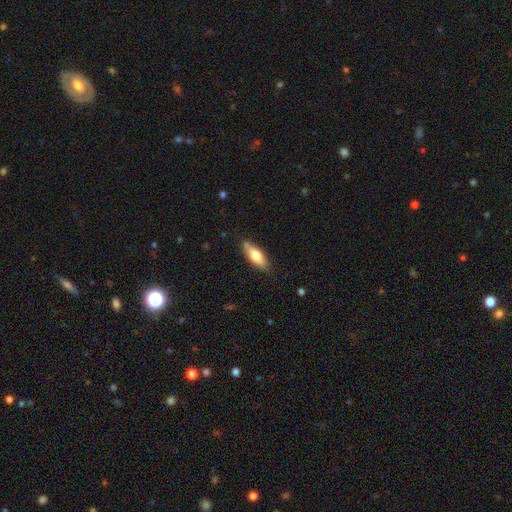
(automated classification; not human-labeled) Q: Smooth or featured?
A: smooth (65%); runner-up: featured or disk (29%)
Q: How rounded?
A: in between (62%); runner-up: cigar-shaped (35%)
Q: Merging?
A: none (81%); runner-up: minor disturbance (14%)